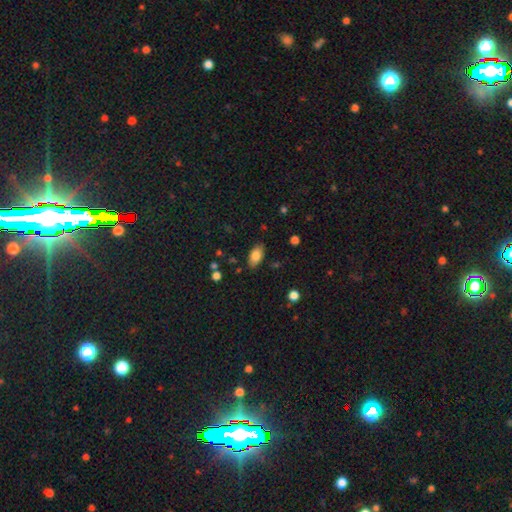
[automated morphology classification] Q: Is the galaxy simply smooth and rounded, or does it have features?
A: smooth — 81%.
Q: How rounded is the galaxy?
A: in between — 92%.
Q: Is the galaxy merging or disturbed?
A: none — 84%.